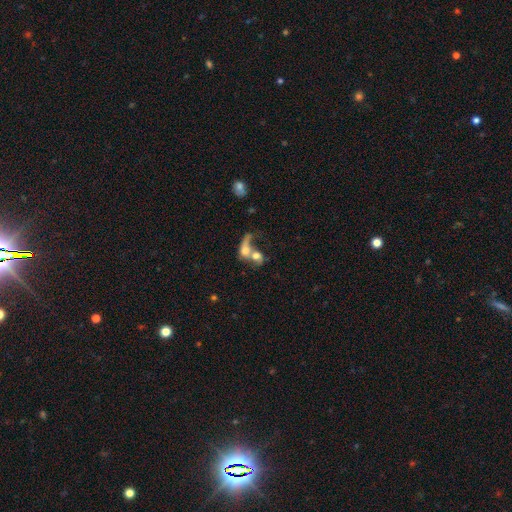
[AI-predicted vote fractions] Smooth or featured? smooth (53%)
How rounded? in between (51%)
Merging? merger (72%)